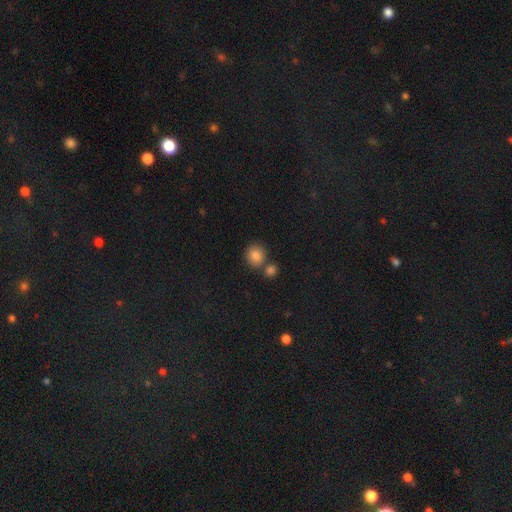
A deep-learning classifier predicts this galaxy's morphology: type=smooth (84%); roundness=round (78%); merging=none (64%).